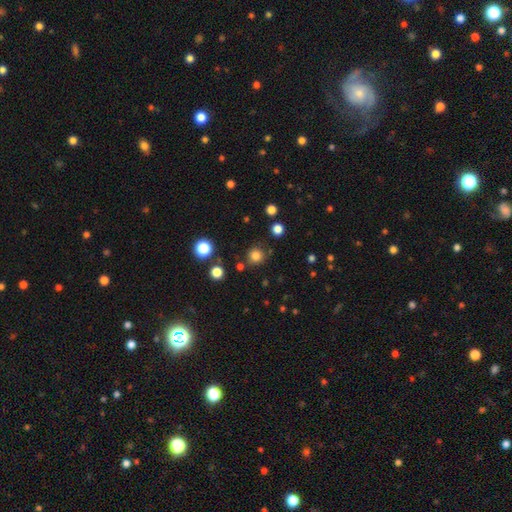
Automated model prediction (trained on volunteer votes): smooth 81%, star or artifact 15%, featured or disk 4%. Down the decision tree: how rounded — round (93%); merging — none (84%).